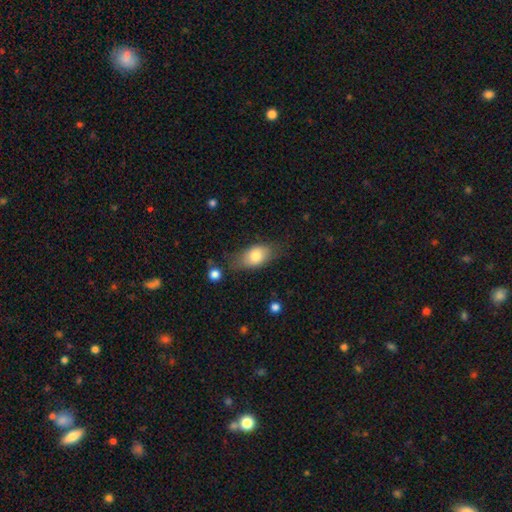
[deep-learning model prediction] Q: Smooth or featured?
A: smooth (77%); runner-up: featured or disk (16%)
Q: How rounded?
A: in between (86%); runner-up: round (9%)
Q: Merging?
A: none (66%); runner-up: minor disturbance (23%)